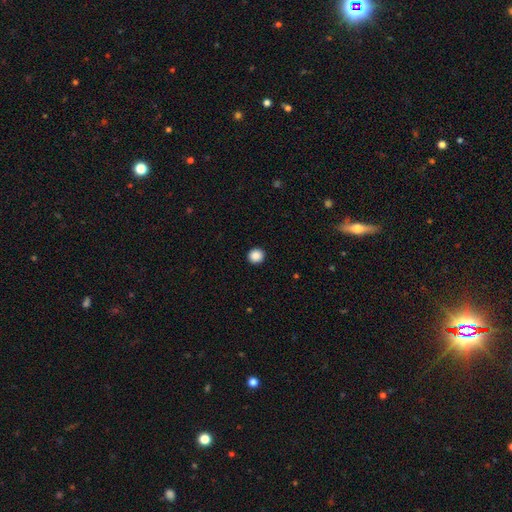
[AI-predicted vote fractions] Overall: smooth (88%). How rounded: round (92%). Merging: none (93%).